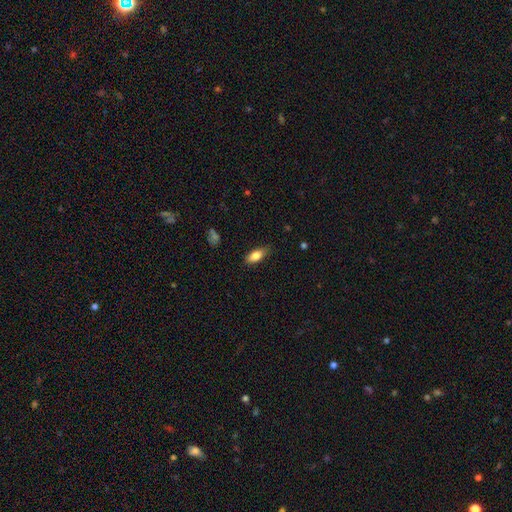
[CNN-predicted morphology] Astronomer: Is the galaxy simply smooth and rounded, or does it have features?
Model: smooth — 79%.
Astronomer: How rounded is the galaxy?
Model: in between — 80%.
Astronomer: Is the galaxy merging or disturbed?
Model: none — 80%.